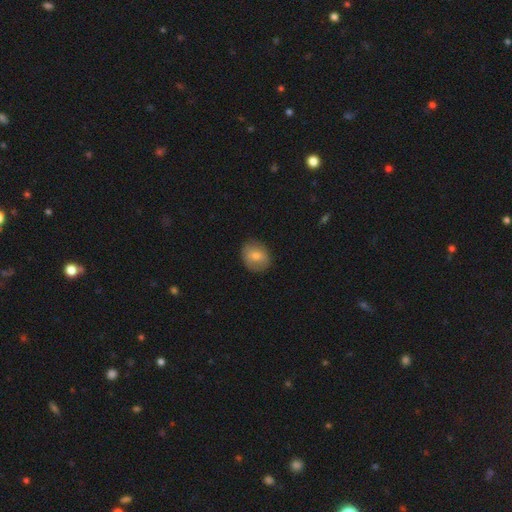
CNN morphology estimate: Smooth or featured: smooth — 70% (featured or disk — 21%)
How rounded: round — 58% (in between — 41%)
Merging: none — 84% (minor disturbance — 12%)